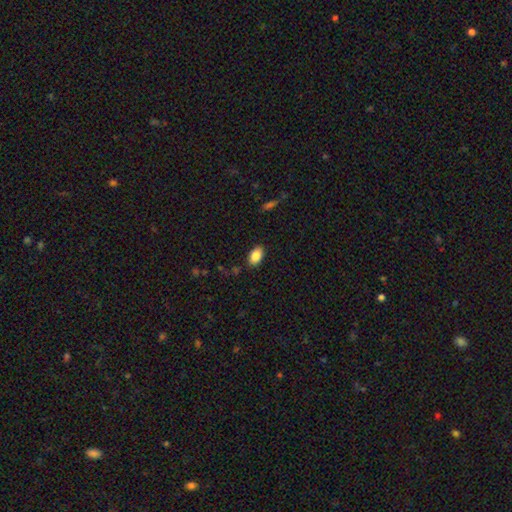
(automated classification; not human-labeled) smooth 86%, star or artifact 8%, featured or disk 6%. Down the decision tree: how rounded — in between (91%); merging — none (87%).